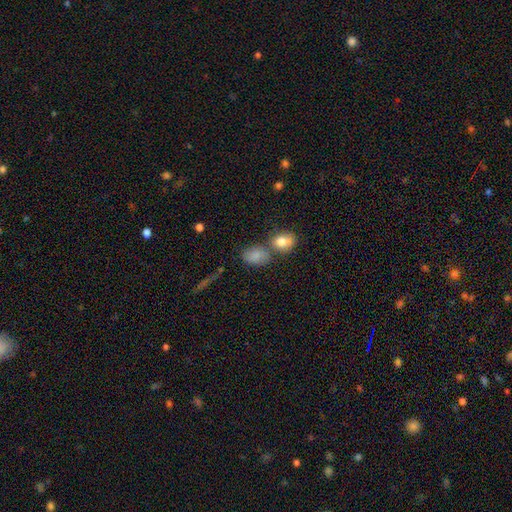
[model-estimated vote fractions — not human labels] The model was most divided on "merging": none: 53%, merger: 25%, minor disturbance: 16%, major disturbance: 6%. More confident: smooth or featured — smooth (81%); how rounded — in between (79%).